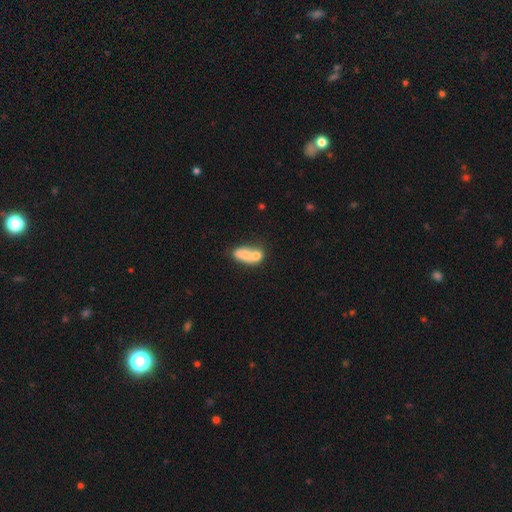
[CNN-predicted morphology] Smooth or featured? smooth (65%)
How rounded? in between (75%)
Merging? merger (67%)